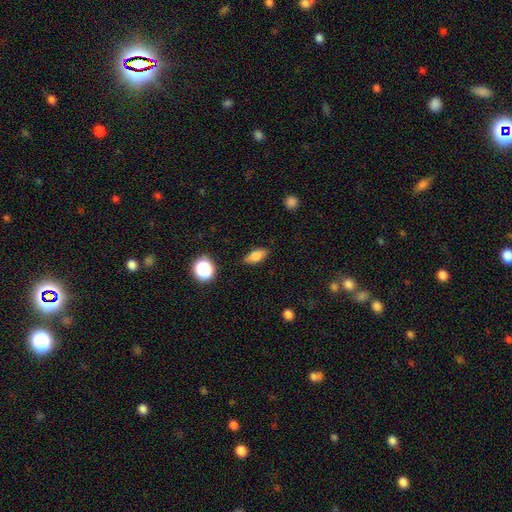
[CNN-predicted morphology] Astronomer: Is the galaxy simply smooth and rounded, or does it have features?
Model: smooth — 73%.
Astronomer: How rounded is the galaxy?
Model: in between — 77%.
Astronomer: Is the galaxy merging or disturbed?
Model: none — 86%.